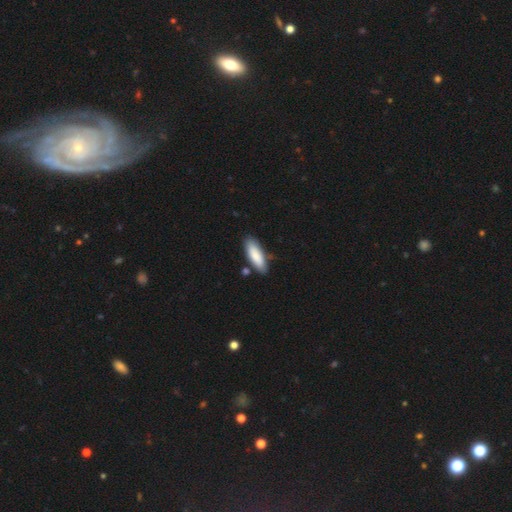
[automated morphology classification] Smooth or featured? Predicted: smooth (p=0.84). How rounded? Predicted: in between (p=0.53). Merging? Predicted: none (p=0.81).